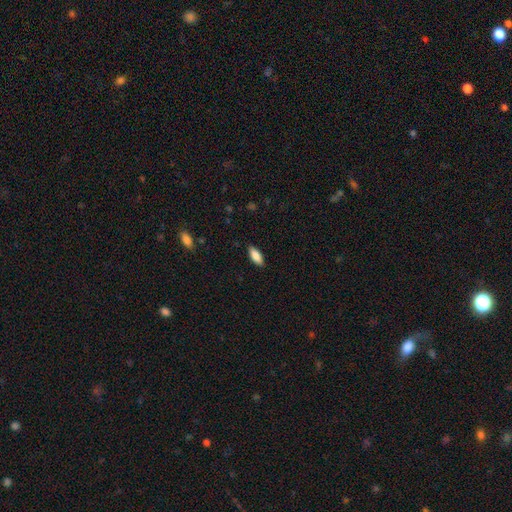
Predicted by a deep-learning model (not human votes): A smooth galaxy with no disk features (85%) that is in between round and cigar-shaped (79%).

Vote fractions:
- Smooth or featured? smooth: 85% / featured or disk: 8% / star or artifact: 6%
- How rounded? in between: 79% / cigar-shaped: 19% / round: 2%
- Merging? none: 87% / minor disturbance: 10% / major disturbance: 2% / merger: 1%